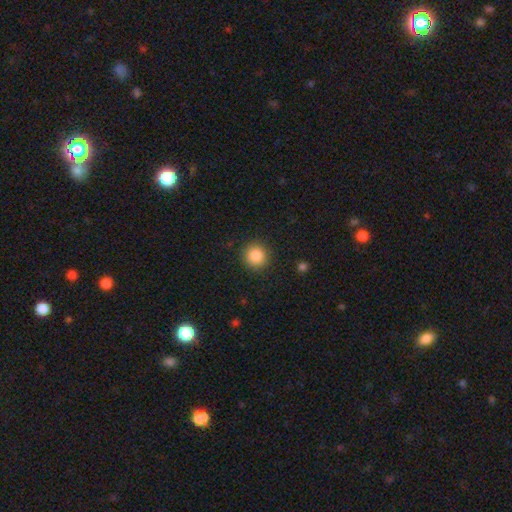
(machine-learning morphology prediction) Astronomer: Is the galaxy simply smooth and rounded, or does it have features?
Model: smooth — 85%.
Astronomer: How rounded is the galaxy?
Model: round — 94%.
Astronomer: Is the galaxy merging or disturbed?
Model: none — 91%.